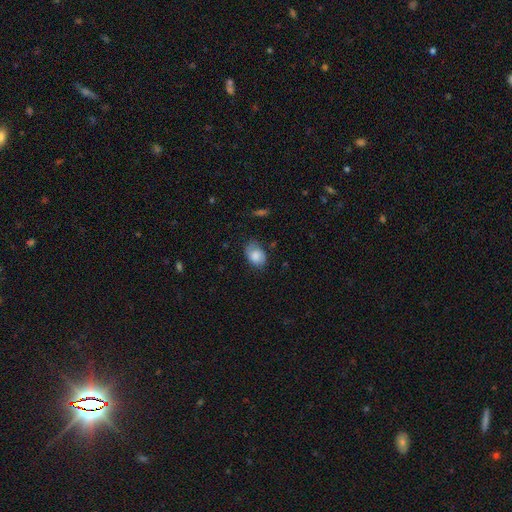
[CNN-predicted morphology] Smooth or featured: smooth — 74% (featured or disk — 18%)
How rounded: in between — 79% (round — 20%)
Merging: none — 65% (minor disturbance — 26%)